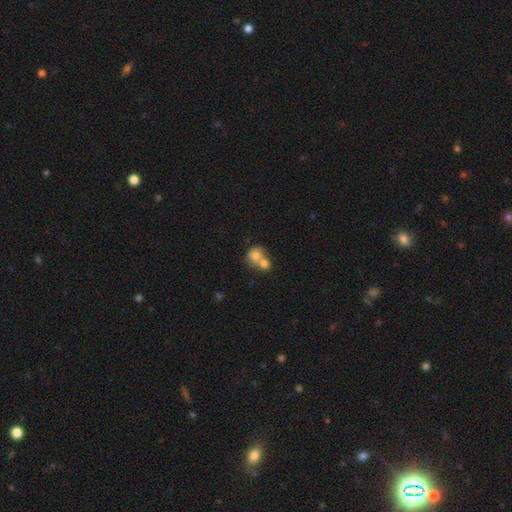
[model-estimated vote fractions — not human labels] Morphology: type=smooth (75%); roundness=round (75%); merging=merger (65%).